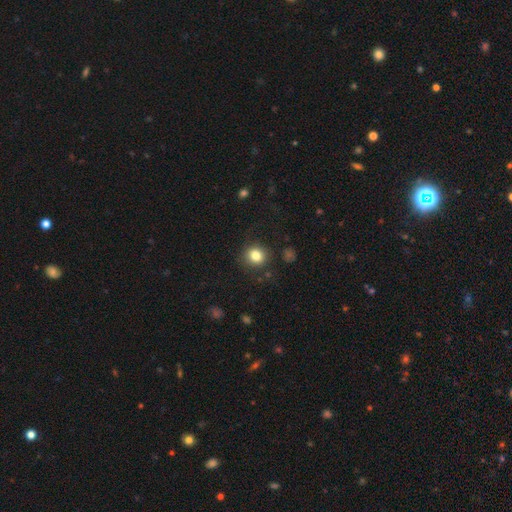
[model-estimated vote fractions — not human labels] A smooth galaxy with no disk features (83%) that is round (84%).

Vote fractions:
- Smooth or featured? smooth: 83% / star or artifact: 11% / featured or disk: 6%
- How rounded? round: 84% / in between: 15% / cigar-shaped: 1%
- Merging? none: 86% / minor disturbance: 9% / major disturbance: 3% / merger: 2%